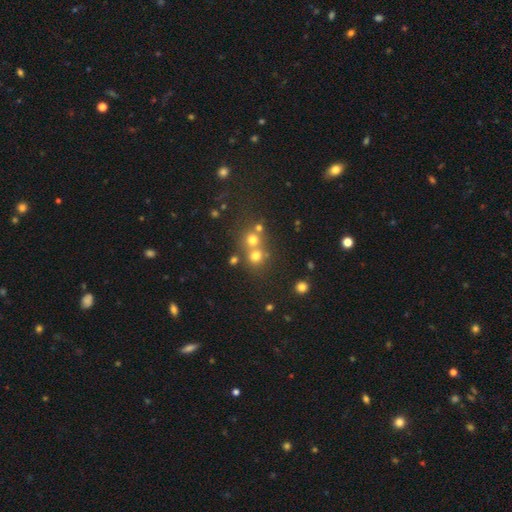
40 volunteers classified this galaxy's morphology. Smooth or featured: smooth — 70% (featured or disk — 18%)
How rounded: round — 82% (in between — 14%)
Merging: merger — 54% (none — 37%)